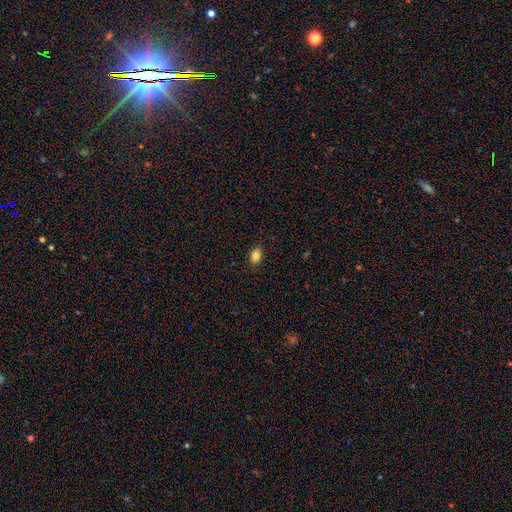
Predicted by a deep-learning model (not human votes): Smooth or featured: smooth — 85% (star or artifact — 10%)
How rounded: in between — 78% (round — 20%)
Merging: none — 87% (minor disturbance — 10%)